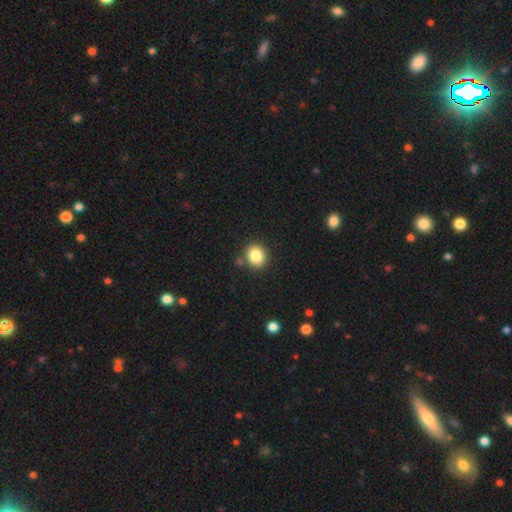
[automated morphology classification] The model was most divided on "how rounded": round: 69%, in between: 30%, cigar-shaped: 1%. More confident: smooth or featured — smooth (85%); merging — none (81%).